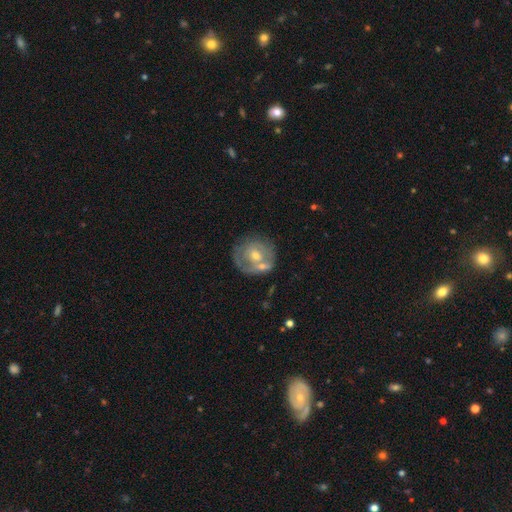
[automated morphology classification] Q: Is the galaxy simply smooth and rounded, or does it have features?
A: featured or disk — 57%.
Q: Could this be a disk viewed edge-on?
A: no — 96%.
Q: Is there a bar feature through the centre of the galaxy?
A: no — 77%.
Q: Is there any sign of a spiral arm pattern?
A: no — 58%.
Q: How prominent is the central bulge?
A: moderate — 63%.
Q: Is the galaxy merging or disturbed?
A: none — 49%.